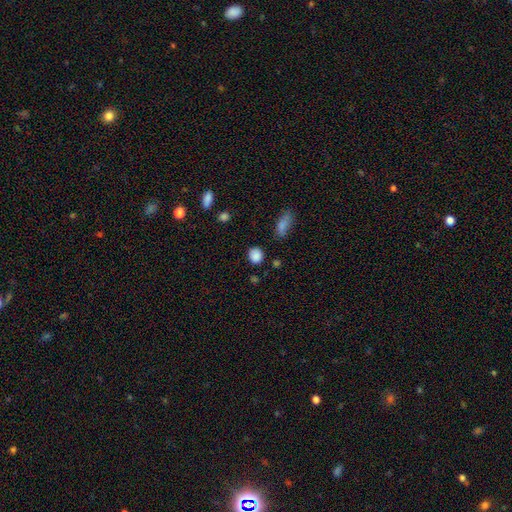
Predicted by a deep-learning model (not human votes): A smooth galaxy with no disk features (86%) that is round (75%).

Vote fractions:
- Smooth or featured? smooth: 86% / star or artifact: 10% / featured or disk: 4%
- How rounded? round: 75% / in between: 24% / cigar-shaped: 1%
- Merging? none: 83% / minor disturbance: 11% / merger: 3% / major disturbance: 3%